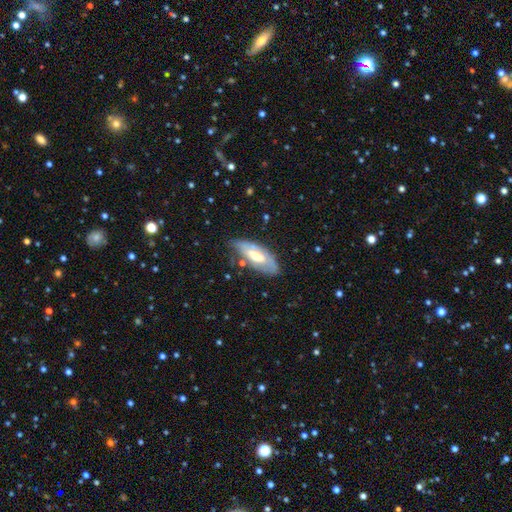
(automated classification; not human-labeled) featured or disk 59%, smooth 35%, star or artifact 6%. Down the decision tree: edge-on disk — no (79%); merging — none (67%).